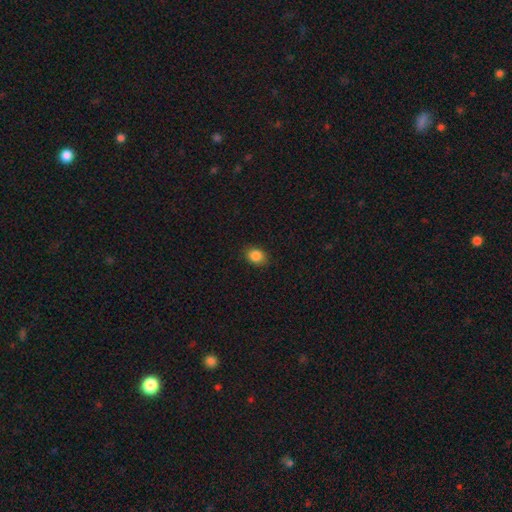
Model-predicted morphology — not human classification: This is clearly a smooth galaxy (86%). How rounded: possibly in between (55%). Merging: clearly none (86%).